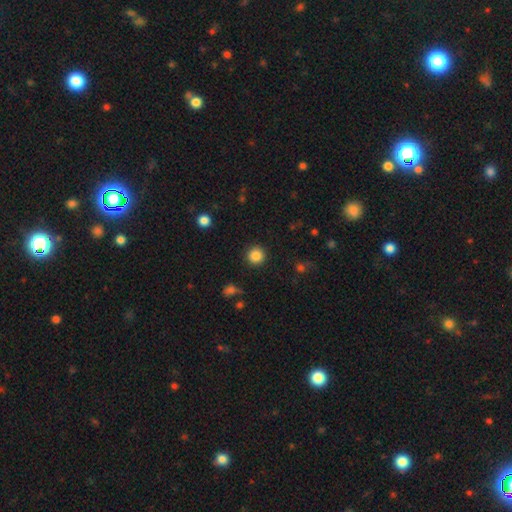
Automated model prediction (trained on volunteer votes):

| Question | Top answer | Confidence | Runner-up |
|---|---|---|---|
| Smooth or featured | smooth | 86% | star or artifact (11%) |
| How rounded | round | 95% | in between (4%) |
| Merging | none | 91% | minor disturbance (5%) |